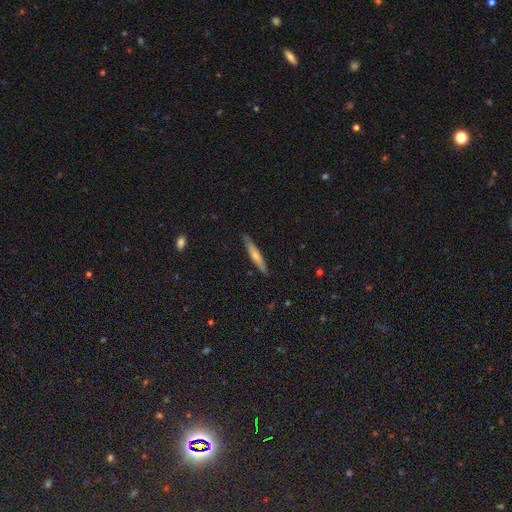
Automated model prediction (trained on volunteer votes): This appears to be a smooth galaxy with no disk features (60%) that is cigar-shaped (90%). Merging: none (85%).